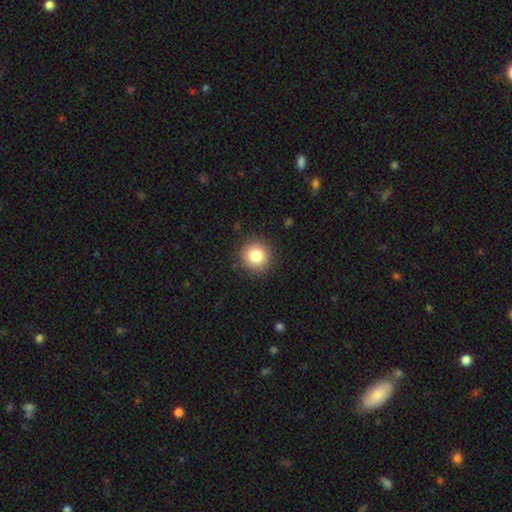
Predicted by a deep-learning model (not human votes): Smooth or featured? Predicted: smooth (p=0.82). How rounded? Predicted: round (p=0.94). Merging? Predicted: none (p=0.90).